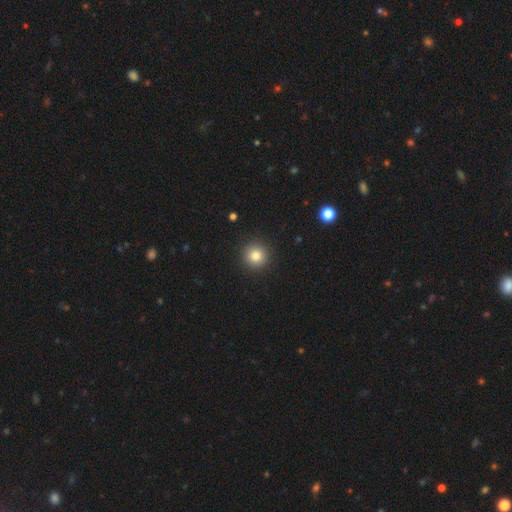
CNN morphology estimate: This appears to be a smooth galaxy with no disk features (82%) that is round (95%). Merging: none (92%).